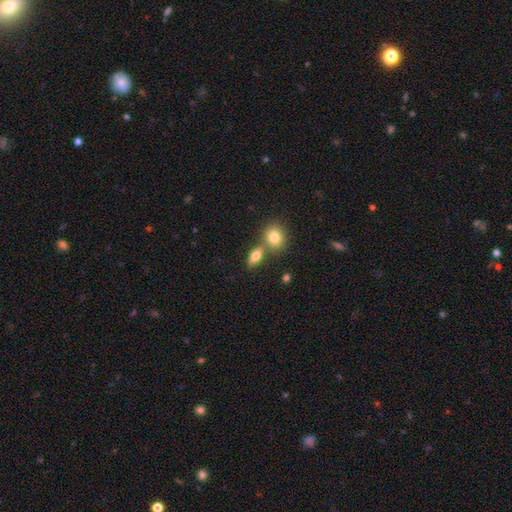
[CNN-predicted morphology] smooth 74%, featured or disk 17%, star or artifact 9%. Down the decision tree: how rounded — in between (72%); merging — none (55%).